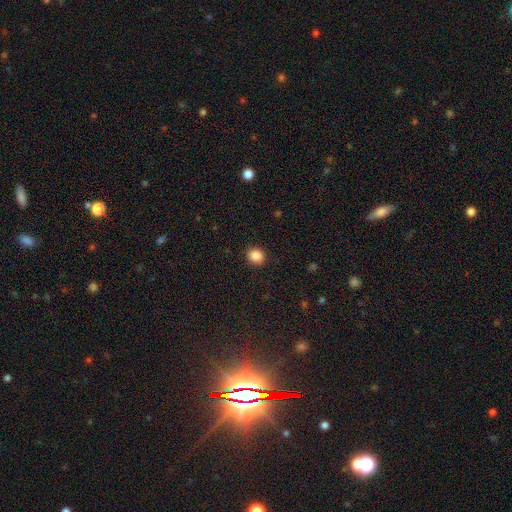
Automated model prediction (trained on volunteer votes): Smooth or featured?
  - smooth: 87% *
  - star or artifact: 10%
  - featured or disk: 3%
How rounded?
  - round: 72% *
  - in between: 27%
  - cigar-shaped: 1%
Merging?
  - none: 89% *
  - minor disturbance: 8%
  - major disturbance: 2%
  - merger: 1%